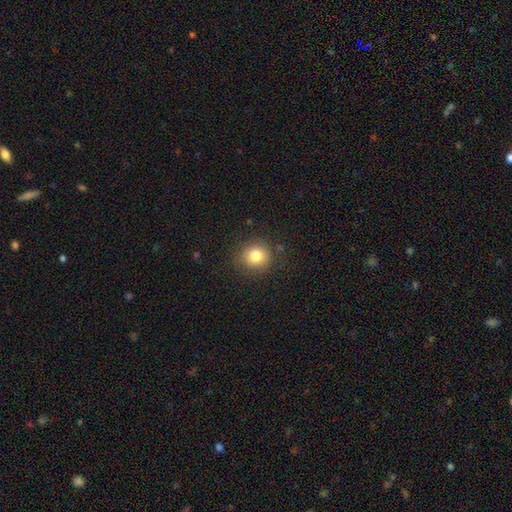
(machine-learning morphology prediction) This is clearly a smooth galaxy (81%). How rounded: clearly round (85%). Merging: clearly none (85%).